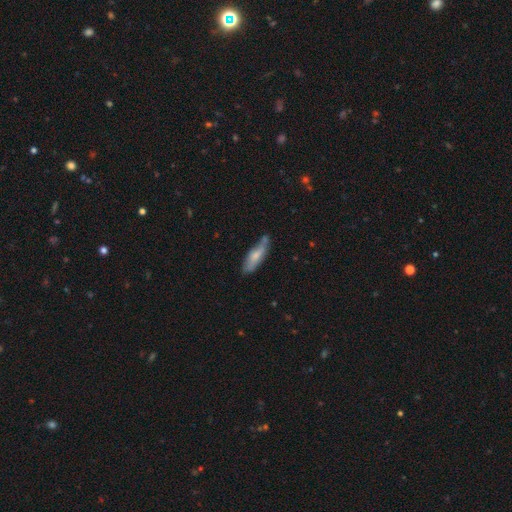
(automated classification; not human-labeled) Morphology: type=smooth (65%); roundness=cigar-shaped (55%); merging=none (58%).